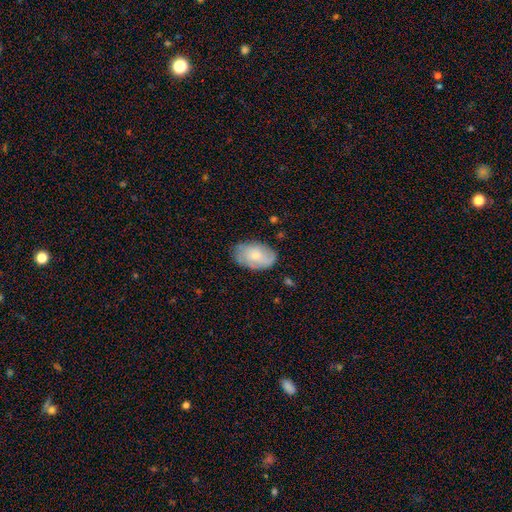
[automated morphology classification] Q: Smooth or featured?
A: smooth (63%); runner-up: featured or disk (30%)
Q: How rounded?
A: in between (92%); runner-up: round (7%)
Q: Merging?
A: none (75%); runner-up: minor disturbance (19%)